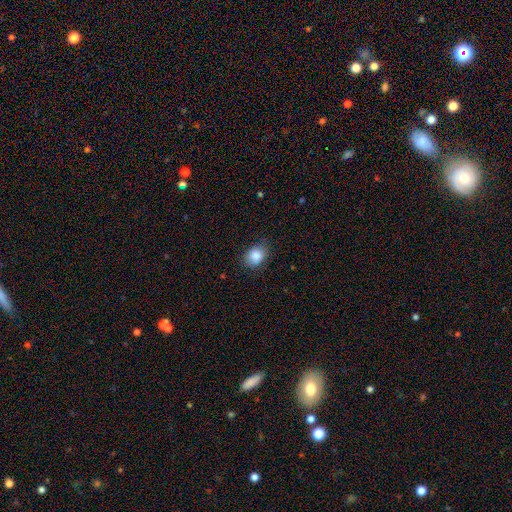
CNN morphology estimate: Q: Smooth or featured?
A: smooth (86%); runner-up: star or artifact (9%)
Q: How rounded?
A: in between (57%); runner-up: round (42%)
Q: Merging?
A: none (76%); runner-up: minor disturbance (19%)